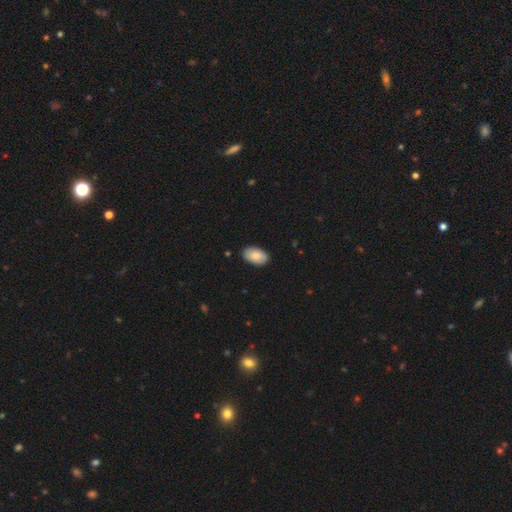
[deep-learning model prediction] Morphology: type=smooth (83%); roundness=in between (94%); merging=none (88%).